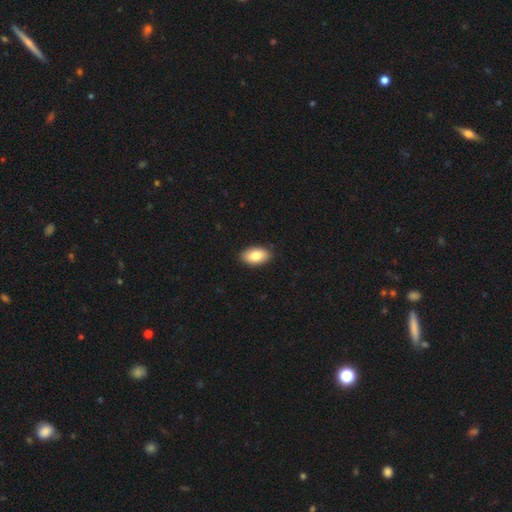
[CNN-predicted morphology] Smooth or featured? Predicted: smooth (p=0.82). How rounded? Predicted: in between (p=0.93). Merging? Predicted: none (p=0.89).